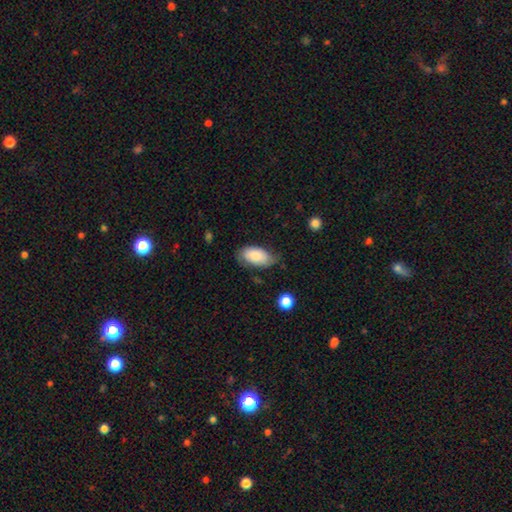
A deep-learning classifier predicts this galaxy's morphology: smooth-or-featured: smooth: 81% | featured or disk: 13% | star or artifact: 6%
  how-rounded: in between: 94% | cigar-shaped: 3% | round: 3%
  merging: none: 63% | minor disturbance: 28% | major disturbance: 7% | merger: 2%